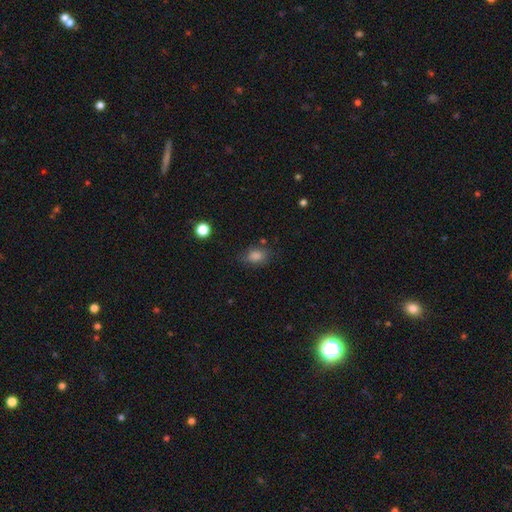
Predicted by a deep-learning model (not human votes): This appears to be a smooth galaxy with no disk features (79%) that is in between round and cigar-shaped (70%). Merging: none (70%).